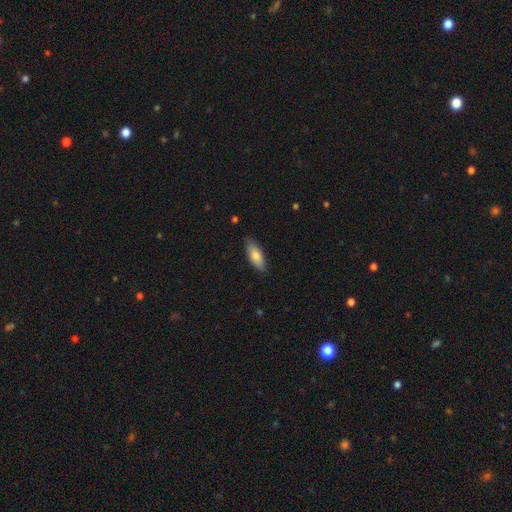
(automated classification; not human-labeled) This appears to be a smooth galaxy with no disk features (77%) that is in between round and cigar-shaped (73%). Merging: none (83%).